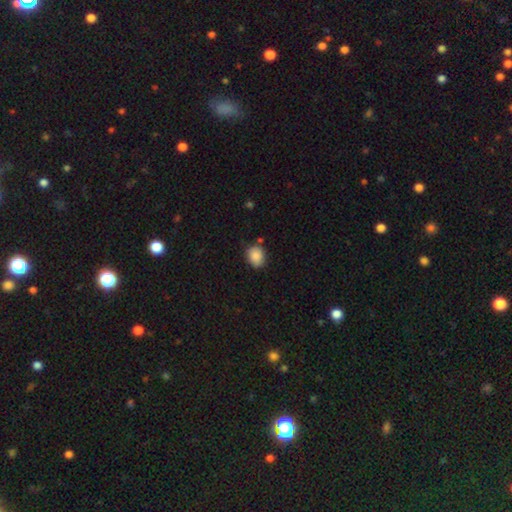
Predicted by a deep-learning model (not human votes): This is clearly a smooth galaxy (88%). How rounded: possibly round (54%). Merging: likely none (76%).